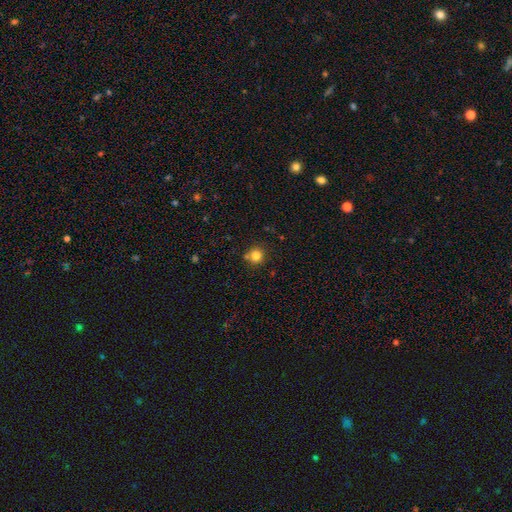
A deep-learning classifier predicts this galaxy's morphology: Smooth or featured?
  - smooth: 82% *
  - star or artifact: 12%
  - featured or disk: 6%
How rounded?
  - round: 92% *
  - in between: 7%
  - cigar-shaped: 1%
Merging?
  - none: 77% *
  - minor disturbance: 10%
  - merger: 10%
  - major disturbance: 3%